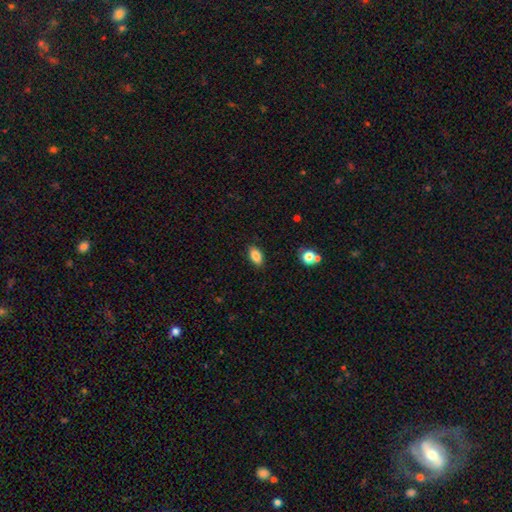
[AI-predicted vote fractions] A smooth galaxy with no disk features (84%) that is in between round and cigar-shaped (89%).

Vote fractions:
- Smooth or featured? smooth: 84% / star or artifact: 9% / featured or disk: 7%
- How rounded? in between: 89% / round: 7% / cigar-shaped: 4%
- Merging? none: 87% / minor disturbance: 9% / major disturbance: 2% / merger: 1%